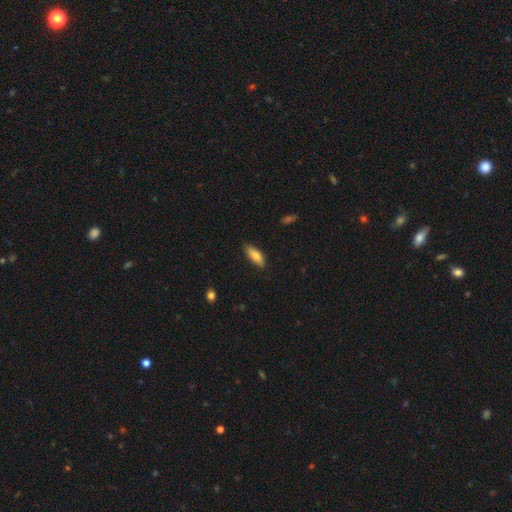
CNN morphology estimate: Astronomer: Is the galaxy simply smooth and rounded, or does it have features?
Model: smooth — 78%.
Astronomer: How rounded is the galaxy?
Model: in between — 71%.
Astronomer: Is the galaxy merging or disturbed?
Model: none — 84%.